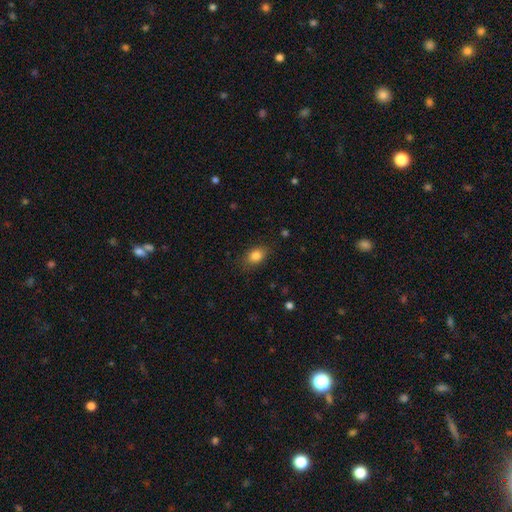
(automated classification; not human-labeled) smooth-or-featured: smooth: 84% | star or artifact: 9% | featured or disk: 7%
  how-rounded: in between: 76% | round: 22% | cigar-shaped: 2%
  merging: none: 82% | minor disturbance: 14% | major disturbance: 4% | merger: 1%